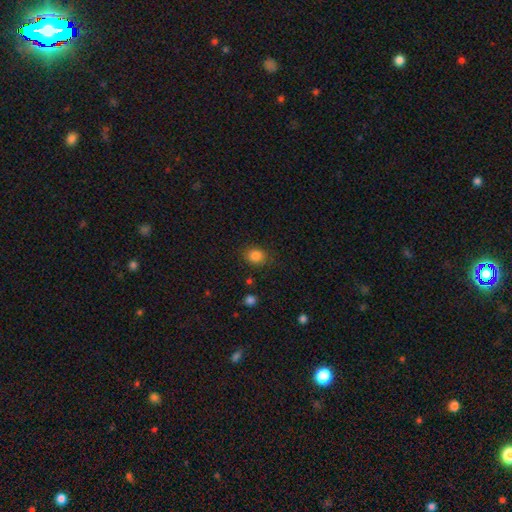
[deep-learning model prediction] smooth_or_featured: smooth (p=0.85) [alt: star or artifact p=0.11]
how_rounded: round (p=0.61) [alt: in between p=0.38]
merging: none (p=0.82) [alt: minor disturbance p=0.12]